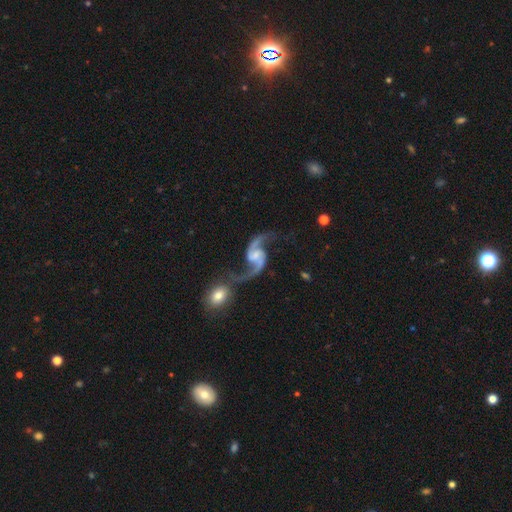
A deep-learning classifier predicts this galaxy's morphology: Smooth or featured?
  - featured or disk: 93% *
  - star or artifact: 4%
  - smooth: 3%
Edge-on disk?
  - no: 98% *
  - yes: 2%
Bar?
  - no: 44% *
  - weak: 43%
  - strong: 14%
Spiral arms?
  - yes: 98% *
  - no: 2%
Spiral winding?
  - loose: 73% *
  - medium: 23%
  - tight: 4%
Spiral arm count?
  - 2: 94% *
  - 1: 1%
  - can't tell: 1%
  - 3: 1%
  - 4: 1%
  - more than 4: 1%
Bulge size?
  - small: 37% *
  - none: 30%
  - moderate: 24%
  - large: 7%
  - dominant: 2%
Merging?
  - none: 64% *
  - minor disturbance: 15%
  - merger: 12%
  - major disturbance: 10%